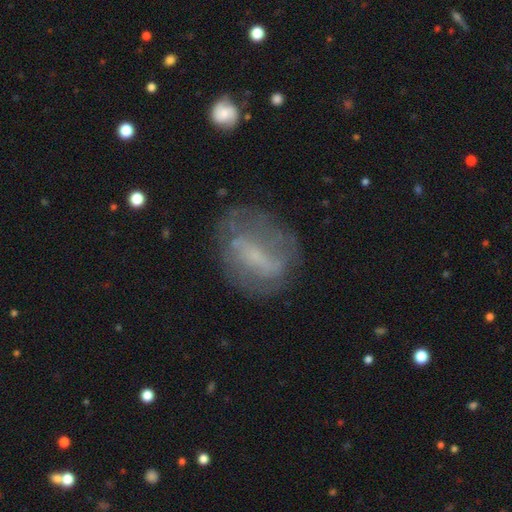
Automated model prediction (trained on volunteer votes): Smooth or featured?
  - featured or disk: 56% *
  - smooth: 33%
  - star or artifact: 11%
Edge-on disk?
  - no: 94% *
  - yes: 6%
Bar?
  - weak: 41% *
  - no: 32%
  - strong: 27%
Spiral arms?
  - no: 56% *
  - yes: 44%
Bulge size?
  - small: 48% *
  - none: 31%
  - moderate: 17%
  - large: 3%
  - dominant: 1%
Merging?
  - none: 58% *
  - minor disturbance: 22%
  - major disturbance: 17%
  - merger: 3%